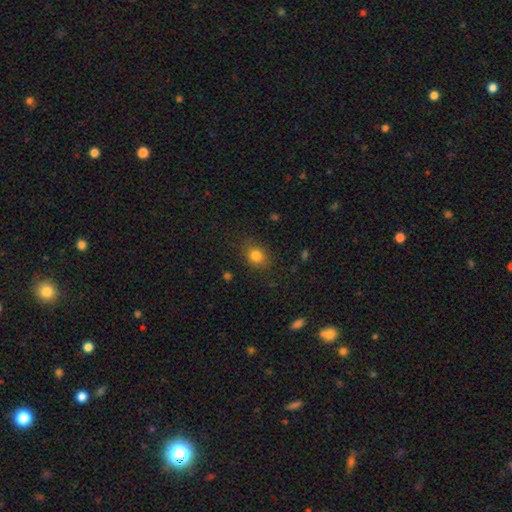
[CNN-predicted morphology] Smooth or featured?
  - smooth: 82% *
  - star or artifact: 11%
  - featured or disk: 7%
How rounded?
  - round: 53% *
  - in between: 46%
  - cigar-shaped: 1%
Merging?
  - none: 81% *
  - minor disturbance: 13%
  - major disturbance: 4%
  - merger: 1%